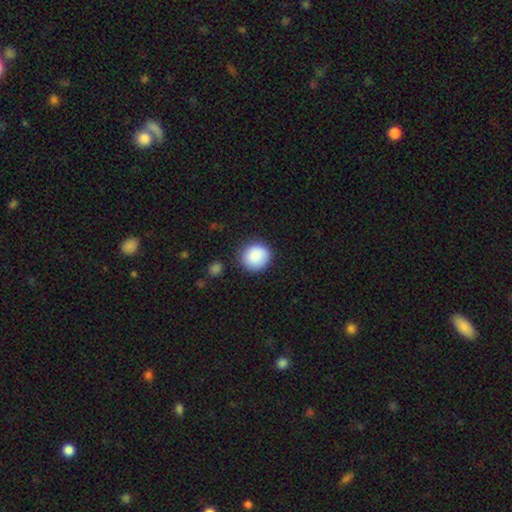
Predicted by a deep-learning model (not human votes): This is clearly a smooth galaxy (88%). How rounded: clearly round (88%). Merging: clearly none (84%).